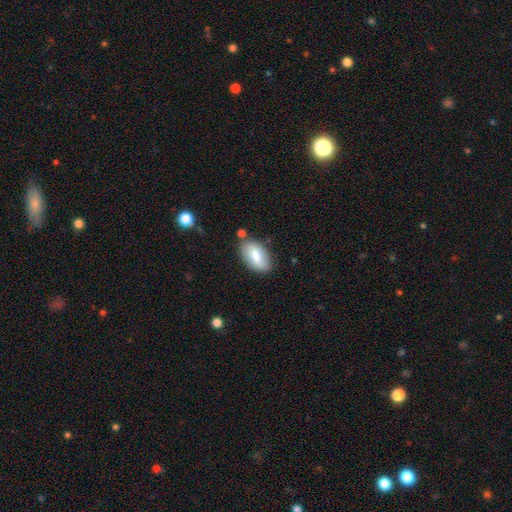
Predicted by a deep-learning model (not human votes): The model was most divided on "smooth or featured": smooth: 72%, featured or disk: 22%, star or artifact: 6%. More confident: how rounded — in between (93%); merging — none (77%).